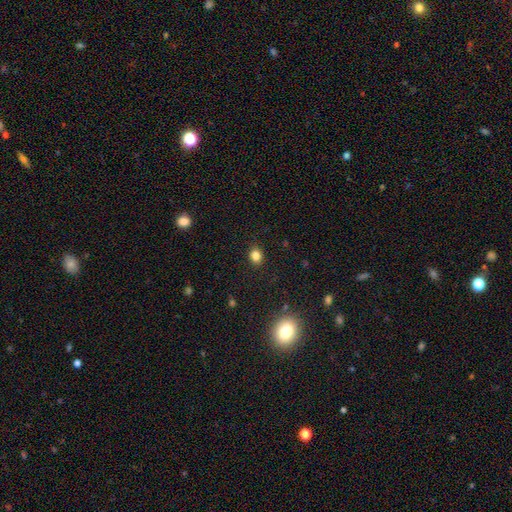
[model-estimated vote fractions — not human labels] Smooth or featured? smooth (82%)
How rounded? round (61%)
Merging? none (89%)